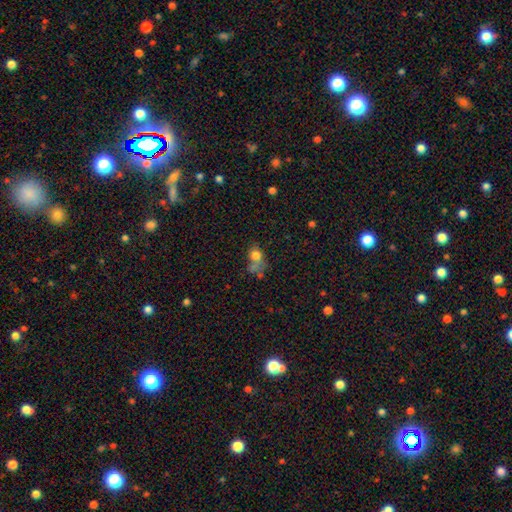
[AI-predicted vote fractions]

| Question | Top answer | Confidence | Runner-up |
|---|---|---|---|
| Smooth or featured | smooth | 71% | featured or disk (15%) |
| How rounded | round | 51% | in between (47%) |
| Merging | merger | 31% | none (29%) |